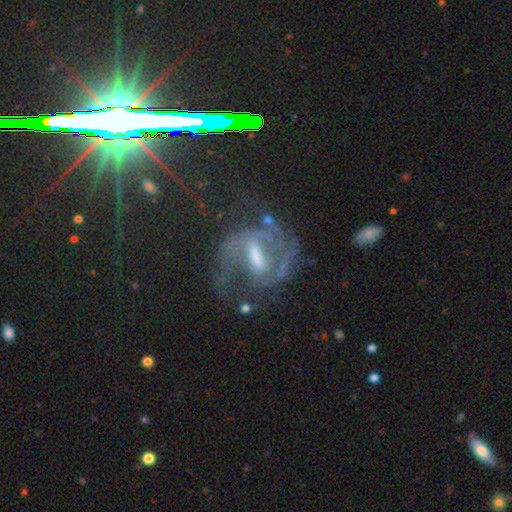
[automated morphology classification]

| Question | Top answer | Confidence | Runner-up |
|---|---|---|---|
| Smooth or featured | featured or disk | 77% | star or artifact (16%) |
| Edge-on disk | no | 92% | yes (8%) |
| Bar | strong | 59% | weak (32%) |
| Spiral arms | yes | 91% | no (9%) |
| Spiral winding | medium | 52% | tight (28%) |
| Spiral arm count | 2 | 77% | can't tell (13%) |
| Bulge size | moderate | 37% | tied: small (37%) |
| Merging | none | 64% | major disturbance (18%) |